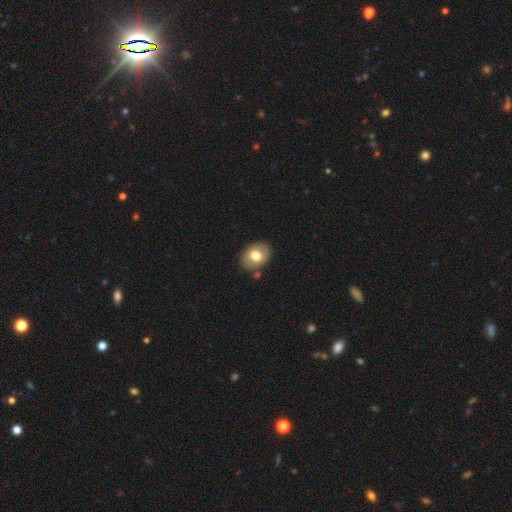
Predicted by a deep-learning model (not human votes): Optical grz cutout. It shows a smooth galaxy with no disk features (69%) that is in between round and cigar-shaped (64%). Merging: none (80%).